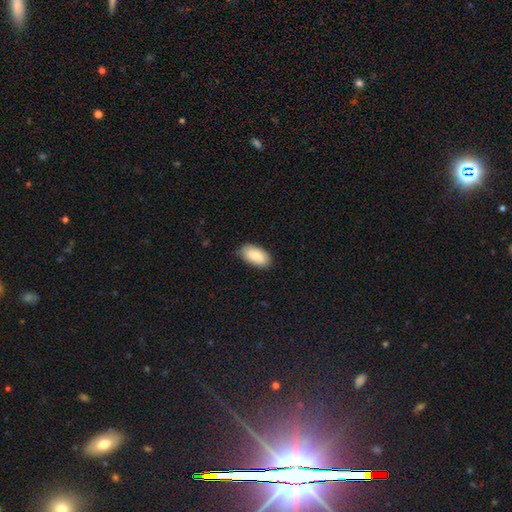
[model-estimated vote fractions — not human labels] Q: Smooth or featured?
A: smooth (85%); runner-up: featured or disk (10%)
Q: How rounded?
A: in between (94%); runner-up: cigar-shaped (3%)
Q: Merging?
A: none (83%); runner-up: minor disturbance (13%)